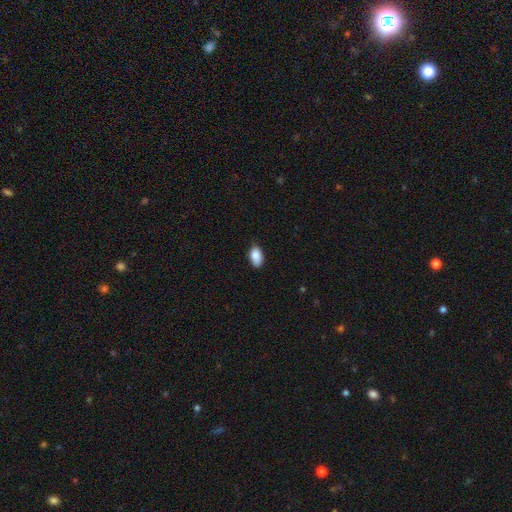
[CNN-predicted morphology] smooth-or-featured: smooth: 88% | star or artifact: 7% | featured or disk: 5%
  how-rounded: in between: 93% | round: 5% | cigar-shaped: 2%
  merging: none: 77% | minor disturbance: 19% | major disturbance: 3% | merger: 1%